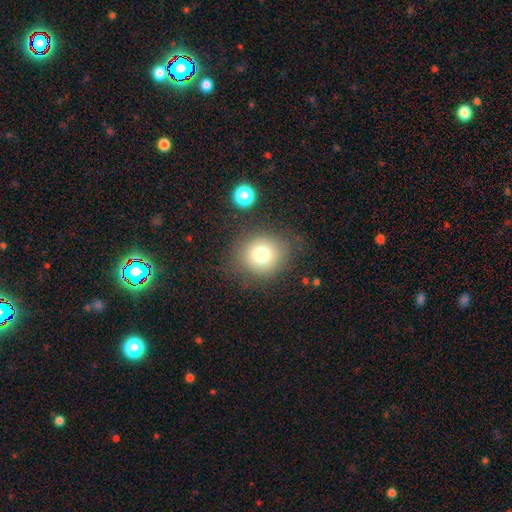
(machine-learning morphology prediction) A smooth galaxy with no disk features (75%) that is round (83%).

Vote fractions:
- Smooth or featured? smooth: 75% / star or artifact: 13% / featured or disk: 12%
- How rounded? round: 83% / in between: 16% / cigar-shaped: 1%
- Merging? none: 78% / minor disturbance: 13% / major disturbance: 6% / merger: 3%